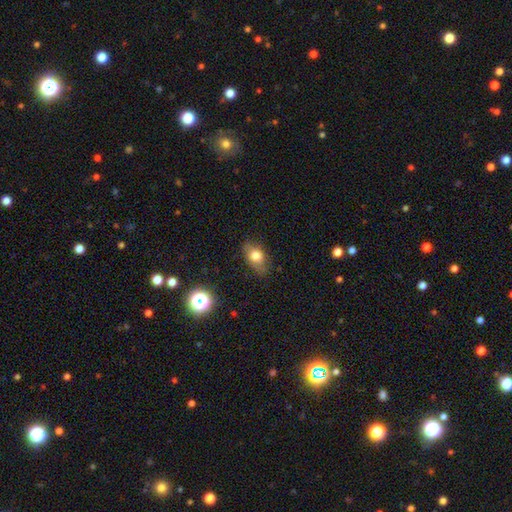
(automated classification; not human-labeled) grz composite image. It shows a smooth galaxy with no disk features (77%) that is in between round and cigar-shaped (79%). Merging: none (73%).